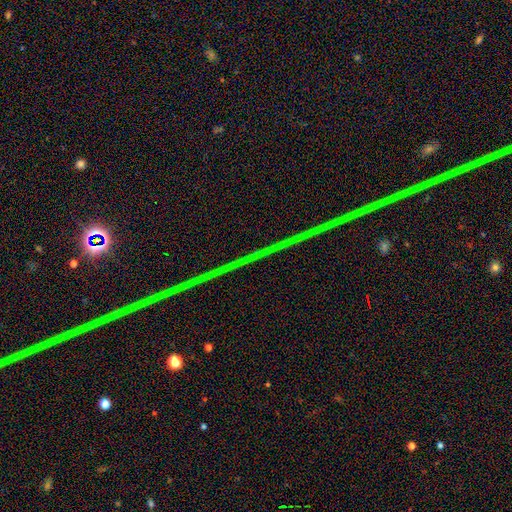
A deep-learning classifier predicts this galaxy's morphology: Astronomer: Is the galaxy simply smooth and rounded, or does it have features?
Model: star or artifact — 88%.